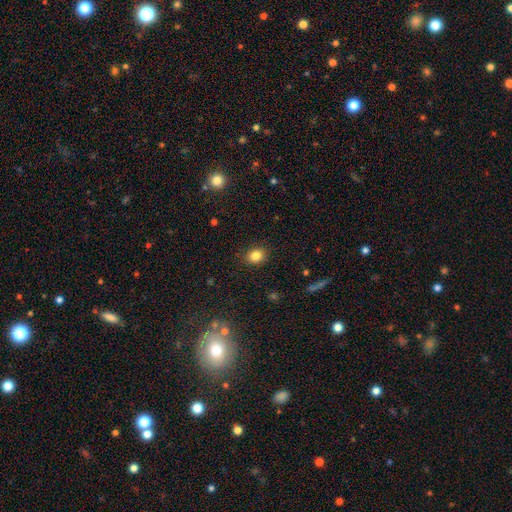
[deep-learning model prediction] Smooth or featured?
  - smooth: 83% *
  - star or artifact: 11%
  - featured or disk: 6%
How rounded?
  - round: 55% *
  - in between: 44%
  - cigar-shaped: 1%
Merging?
  - none: 89% *
  - minor disturbance: 8%
  - major disturbance: 2%
  - merger: 1%